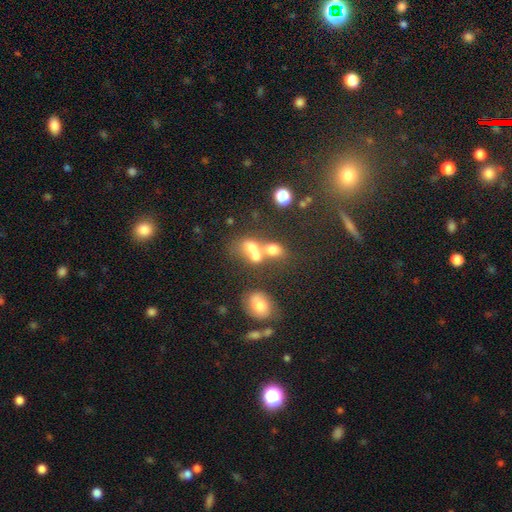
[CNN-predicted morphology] Overall: smooth (61%; featured or disk 23%). How rounded: in between (56%; round 41%). Merging: merger (63%).